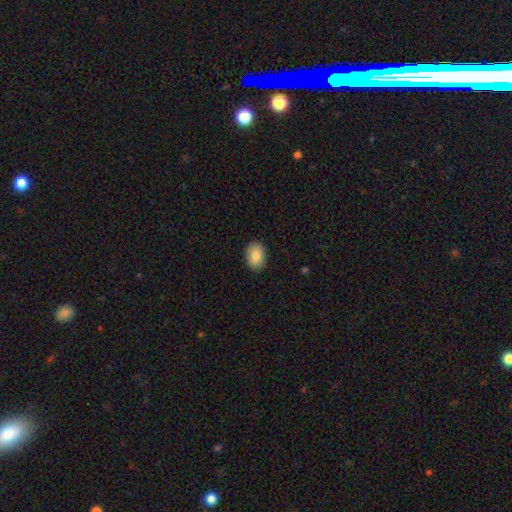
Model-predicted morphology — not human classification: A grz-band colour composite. It shows a smooth galaxy with no disk features (84%) that is in between round and cigar-shaped (76%). Merging: none (89%).